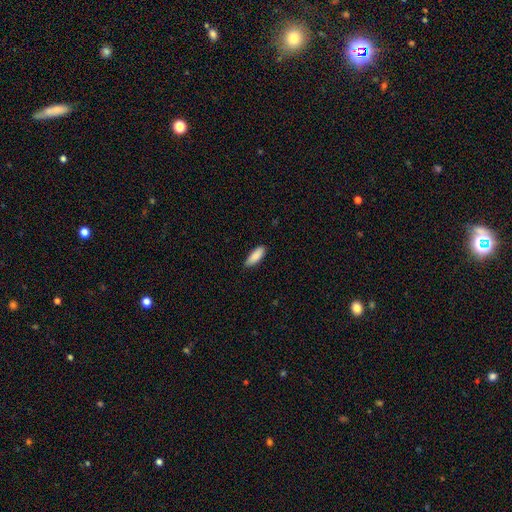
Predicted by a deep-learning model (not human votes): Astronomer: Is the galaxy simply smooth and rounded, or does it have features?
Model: smooth — 89%.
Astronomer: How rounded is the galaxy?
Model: in between — 69%.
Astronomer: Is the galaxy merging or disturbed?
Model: none — 82%.